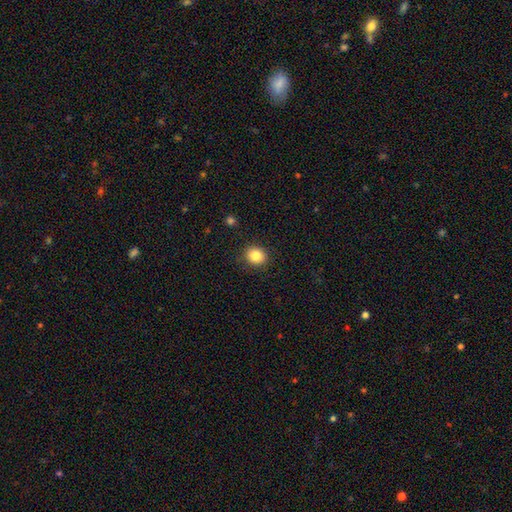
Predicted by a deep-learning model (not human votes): Q: Smooth or featured?
A: smooth (85%); runner-up: star or artifact (10%)
Q: How rounded?
A: round (77%); runner-up: in between (23%)
Q: Merging?
A: none (89%); runner-up: minor disturbance (8%)